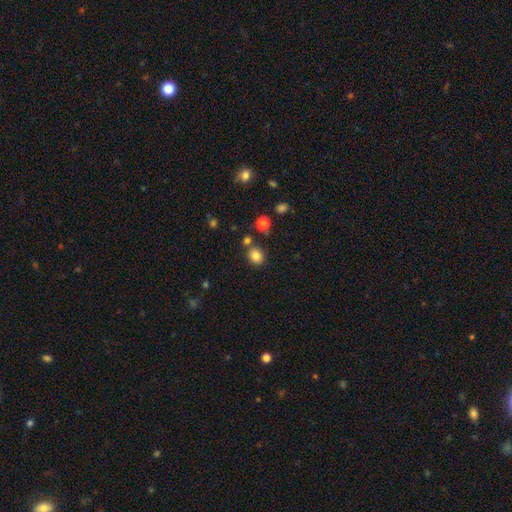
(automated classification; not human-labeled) This is clearly a smooth galaxy (83%). How rounded: likely round (75%). Merging: likely none (77%).